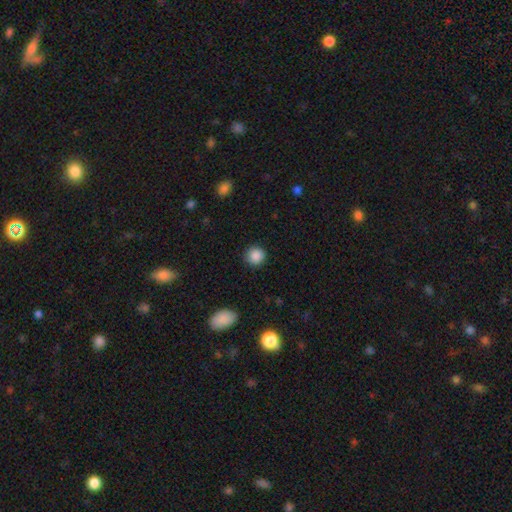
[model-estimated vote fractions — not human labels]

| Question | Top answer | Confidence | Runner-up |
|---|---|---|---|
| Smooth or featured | smooth | 87% | star or artifact (10%) |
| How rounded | round | 92% | in between (7%) |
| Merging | none | 89% | minor disturbance (7%) |